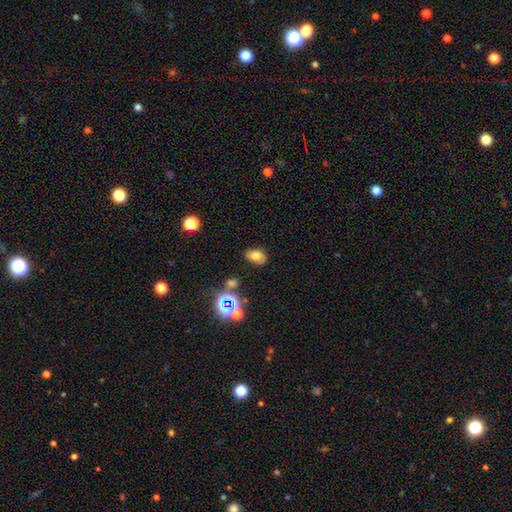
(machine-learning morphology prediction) smooth-or-featured: smooth: 67% | star or artifact: 16% | featured or disk: 16%
  how-rounded: in between: 84% | round: 15% | cigar-shaped: 1%
  merging: none: 76% | minor disturbance: 16% | major disturbance: 4% | merger: 3%